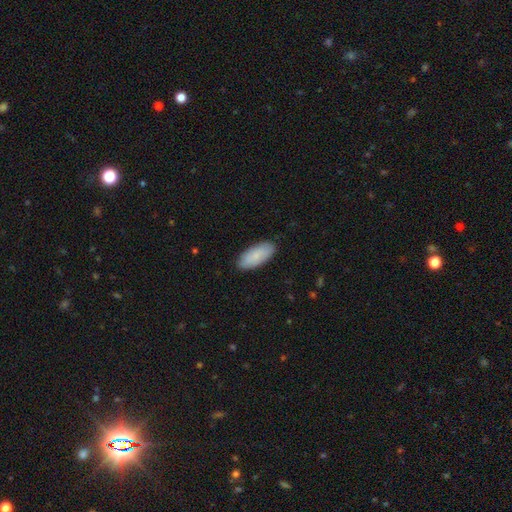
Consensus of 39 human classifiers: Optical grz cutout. It shows a smooth galaxy with no disk features (82%) that is in between round and cigar-shaped (100%). Merging: none (86%).